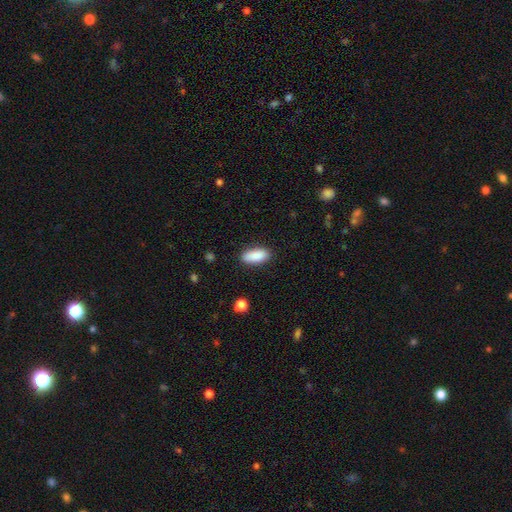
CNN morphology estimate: A smooth galaxy with no disk features (89%) that is in between round and cigar-shaped (83%). Merging: none (87%).